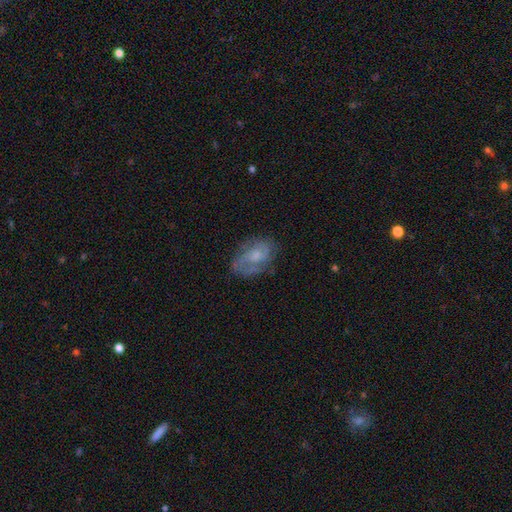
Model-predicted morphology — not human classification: A featured or disk galaxy (59%) with no bar (69%), spiral arms (77%) and a small central bulge (41%).

Vote fractions:
- Smooth or featured? featured or disk: 59% / smooth: 34% / star or artifact: 8%
- Edge-on disk? no: 96% / yes: 4%
- Bar? no: 69% / weak: 27% / strong: 4%
- Spiral arms? yes: 77% / no: 23%
- Bulge size? small: 41% / moderate: 40% / none: 13% / large: 5% / dominant: 1%
- Merging? none: 63% / minor disturbance: 23% / major disturbance: 12% / merger: 2%